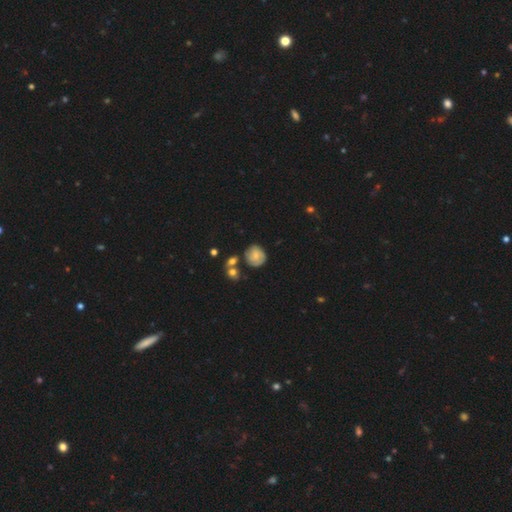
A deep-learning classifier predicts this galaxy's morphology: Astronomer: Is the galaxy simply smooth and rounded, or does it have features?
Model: smooth — 56% (runner-up: featured or disk, 35%).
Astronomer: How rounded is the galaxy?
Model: round — 80%.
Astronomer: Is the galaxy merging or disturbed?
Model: none — 66%.